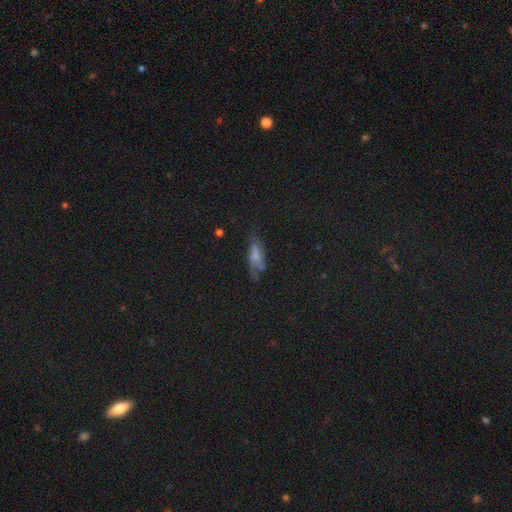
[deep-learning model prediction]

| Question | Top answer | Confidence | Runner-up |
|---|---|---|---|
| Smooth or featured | smooth | 53% | featured or disk (29%) |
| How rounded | in between | 62% | cigar-shaped (33%) |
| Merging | none | 49% | minor disturbance (27%) |